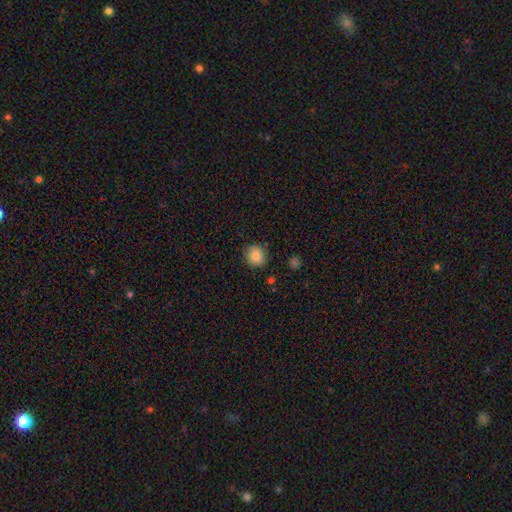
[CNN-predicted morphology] The model was most divided on "how rounded": round: 79%, in between: 20%, cigar-shaped: 1%. More confident: merging — none (86%); smooth or featured — smooth (83%).